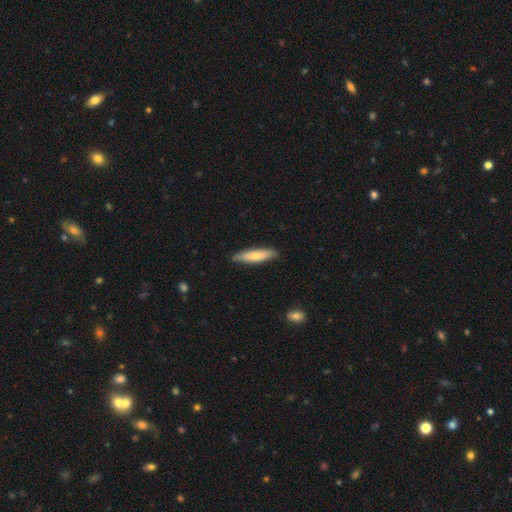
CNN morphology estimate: This appears to be a smooth galaxy with no disk features (72%) that is cigar-shaped (79%). Merging: none (87%).